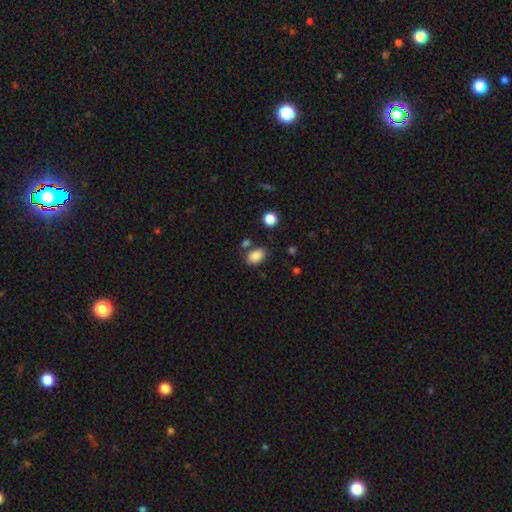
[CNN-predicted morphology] This is clearly a smooth galaxy (86%). How rounded: clearly in between (81%). Merging: likely none (69%).